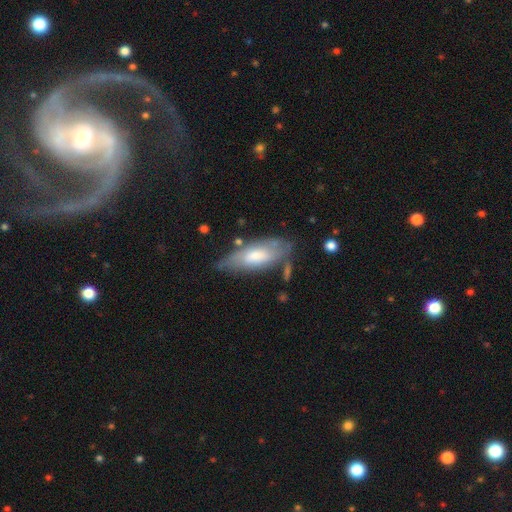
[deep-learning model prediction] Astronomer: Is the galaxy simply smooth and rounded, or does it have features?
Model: smooth — 54% (runner-up: featured or disk, 40%).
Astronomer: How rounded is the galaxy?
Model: in between — 72%.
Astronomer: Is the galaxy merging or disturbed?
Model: none — 57%.